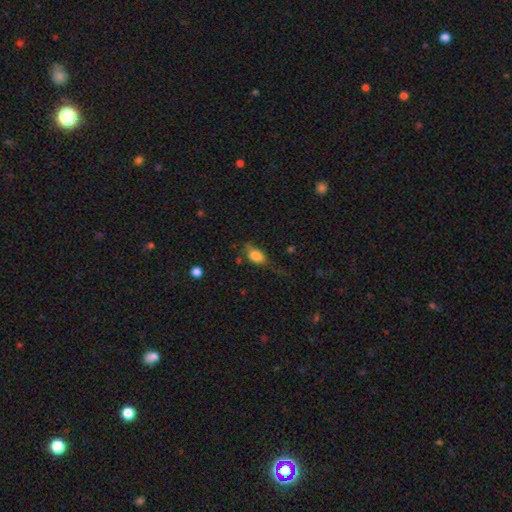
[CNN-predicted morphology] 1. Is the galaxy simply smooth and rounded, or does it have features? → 77% smooth, 14% featured or disk, 9% star or artifact.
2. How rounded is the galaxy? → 81% in between, 14% round, 5% cigar-shaped.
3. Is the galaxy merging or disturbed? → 38% none, 31% minor disturbance, 27% major disturbance, 4% merger.